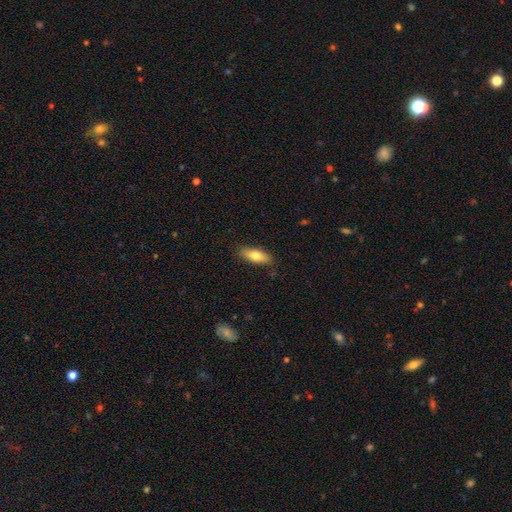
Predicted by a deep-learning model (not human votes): The model was most divided on "how rounded": in between: 72%, cigar-shaped: 25%, round: 3%. More confident: merging — none (84%); smooth or featured — smooth (77%).